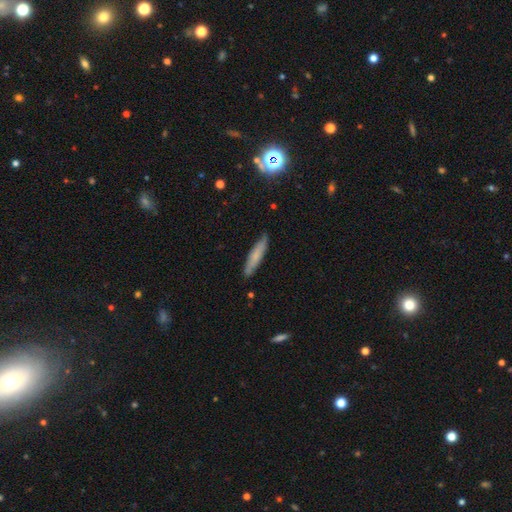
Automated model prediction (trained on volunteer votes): Overall: smooth (65%; featured or disk 27%). How rounded: cigar-shaped (88%). Merging: none (85%).